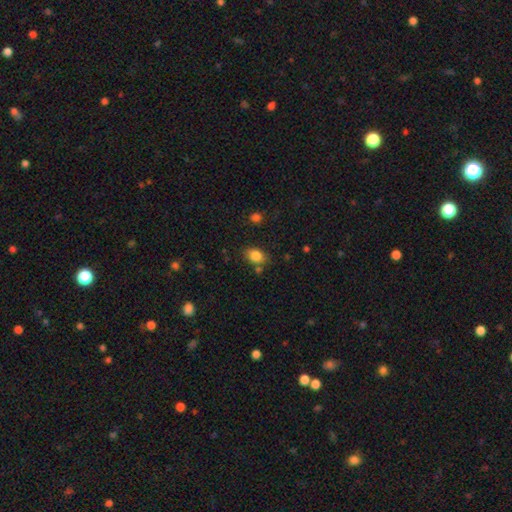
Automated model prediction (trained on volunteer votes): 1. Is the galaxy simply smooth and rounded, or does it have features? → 85% smooth, 9% star or artifact, 6% featured or disk.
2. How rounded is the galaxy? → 77% in between, 22% round, 1% cigar-shaped.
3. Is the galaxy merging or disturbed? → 72% none, 16% minor disturbance, 8% merger, 4% major disturbance.